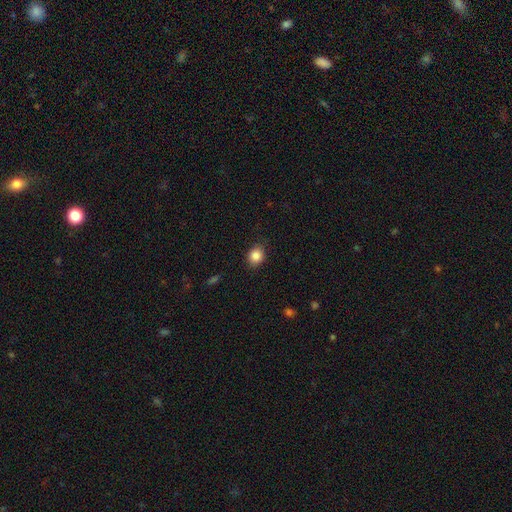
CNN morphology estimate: type=smooth (86%); roundness=round (67%); merging=none (85%).